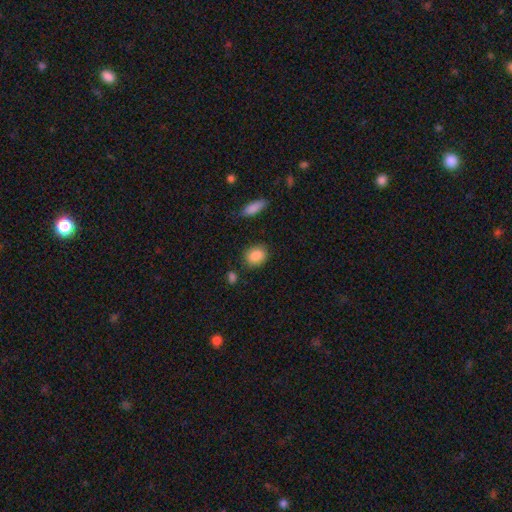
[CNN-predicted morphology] The model was most divided on "how rounded" (2-way tie): round: 49%, in between: 49%, cigar-shaped: 2%. More confident: smooth or featured — smooth (87%); merging — none (83%).